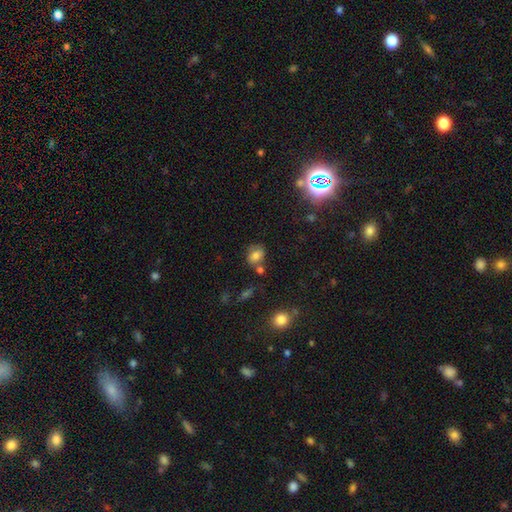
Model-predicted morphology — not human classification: type=smooth (74%); roundness=round (52%); merging=none (62%).